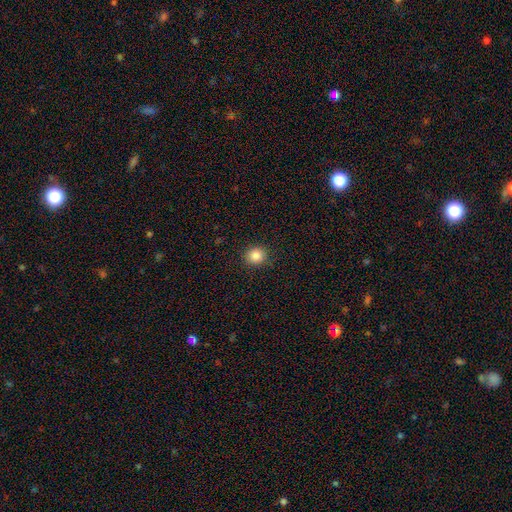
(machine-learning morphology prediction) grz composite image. It shows a smooth galaxy with no disk features (85%) that is round (86%). Merging: none (88%).